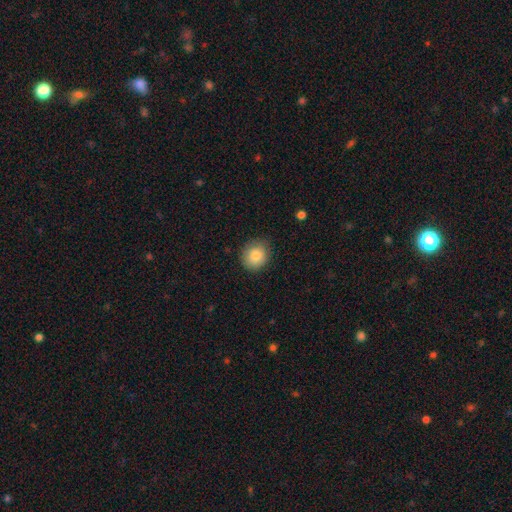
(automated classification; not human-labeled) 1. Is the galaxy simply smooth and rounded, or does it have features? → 83% smooth, 8% star or artifact, 8% featured or disk.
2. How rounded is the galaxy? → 82% round, 17% in between, 1% cigar-shaped.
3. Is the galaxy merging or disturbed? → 80% none, 16% minor disturbance, 3% major disturbance, 1% merger.